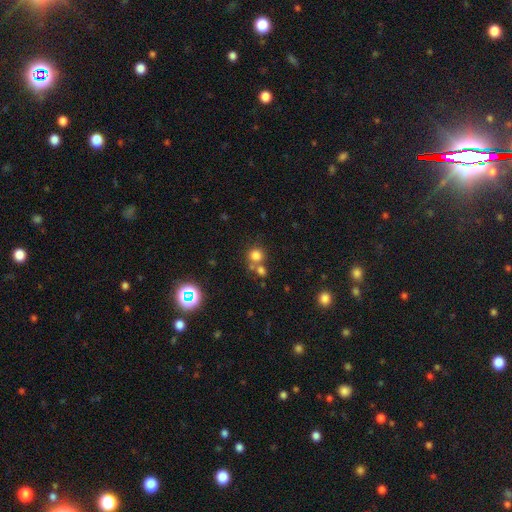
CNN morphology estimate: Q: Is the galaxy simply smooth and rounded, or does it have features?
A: smooth — 75%.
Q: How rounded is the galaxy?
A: round — 87%.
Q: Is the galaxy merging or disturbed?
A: none — 57%.